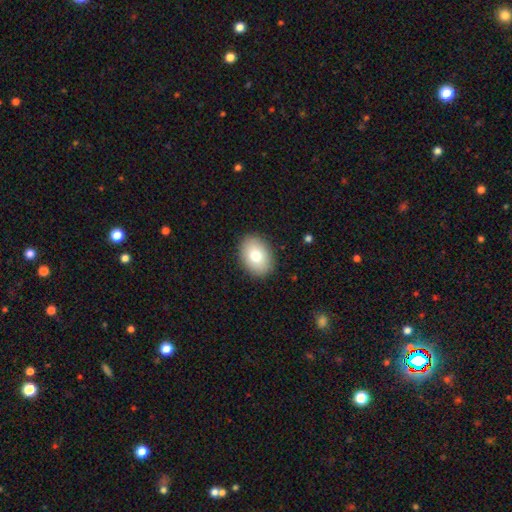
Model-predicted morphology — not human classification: Smooth or featured? smooth (79%)
How rounded? in between (79%)
Merging? none (89%)